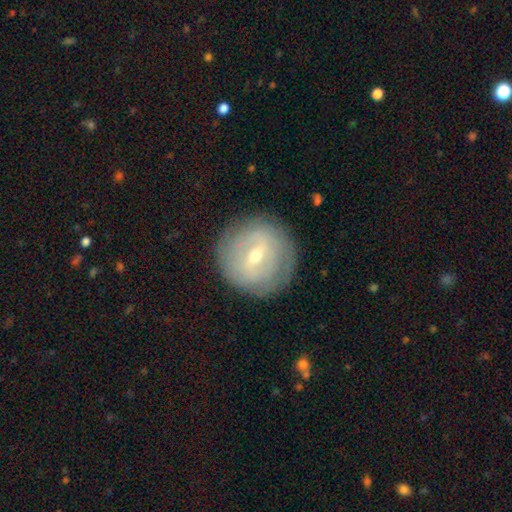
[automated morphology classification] Q: Smooth or featured?
A: featured or disk (65%); runner-up: smooth (28%)
Q: Edge-on disk?
A: no (94%); runner-up: yes (6%)
Q: Bar?
A: weak (54%); runner-up: strong (28%)
Q: Spiral arms?
A: yes (57%); runner-up: no (43%)
Q: Bulge size?
A: moderate (50%); runner-up: small (47%)
Q: Merging?
A: none (83%); runner-up: minor disturbance (11%)